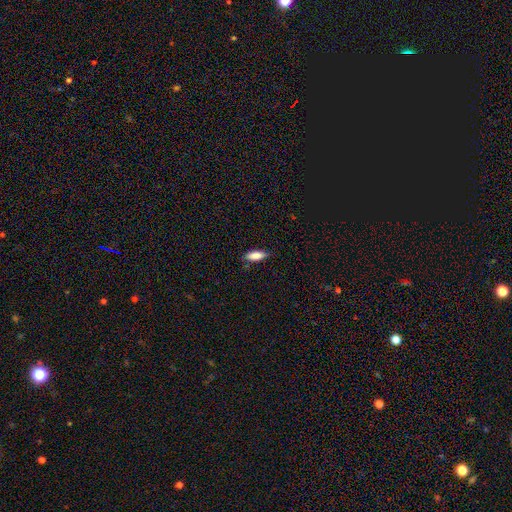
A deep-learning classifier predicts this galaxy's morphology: Smooth or featured? Predicted: smooth (p=0.85). How rounded? Predicted: in between (p=0.68). Merging? Predicted: none (p=0.80).